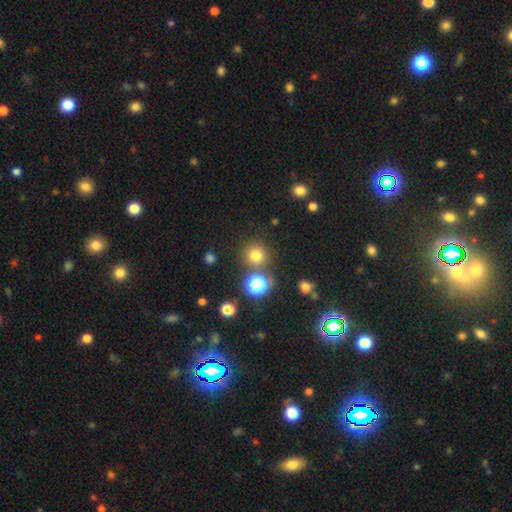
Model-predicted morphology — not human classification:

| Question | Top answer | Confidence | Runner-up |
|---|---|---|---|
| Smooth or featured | smooth | 74% | star or artifact (20%) |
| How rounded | round | 93% | in between (6%) |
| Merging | none | 80% | merger (9%) |